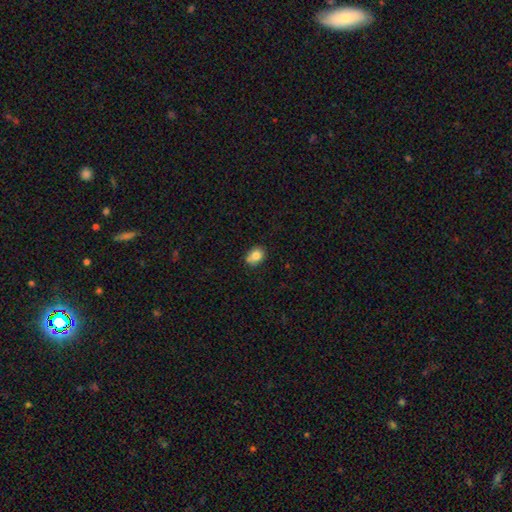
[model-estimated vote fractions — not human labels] Smooth or featured? Predicted: smooth (p=0.81). How rounded? Predicted: in between (p=0.62). Merging? Predicted: none (p=0.63).